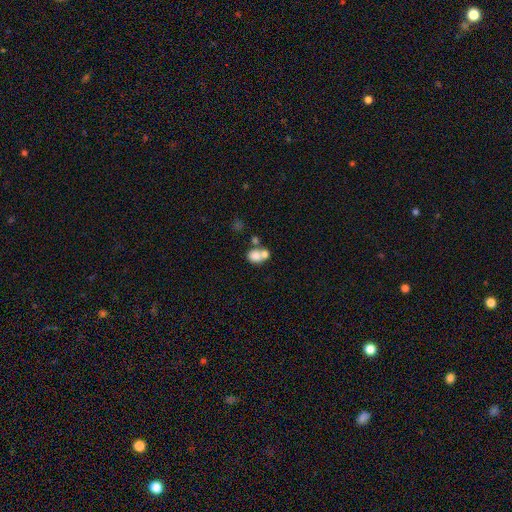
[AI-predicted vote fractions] Smooth or featured? smooth (74%)
How rounded? round (53%)
Merging? merger (56%)